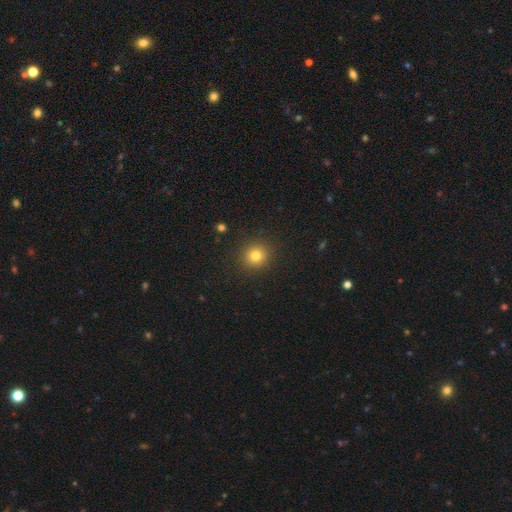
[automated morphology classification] This is clearly a smooth galaxy (81%). How rounded: clearly round (89%). Merging: clearly none (91%).